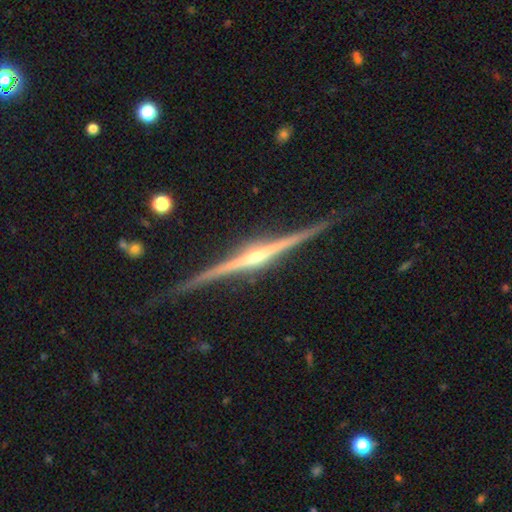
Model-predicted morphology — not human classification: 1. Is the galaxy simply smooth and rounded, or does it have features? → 90% featured or disk, 5% smooth, 5% star or artifact.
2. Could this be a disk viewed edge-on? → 99% yes, 1% no.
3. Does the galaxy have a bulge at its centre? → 80% rounded, 12% none, 8% boxy.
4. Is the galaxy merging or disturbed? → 88% none, 9% minor disturbance, 2% major disturbance, 1% merger.